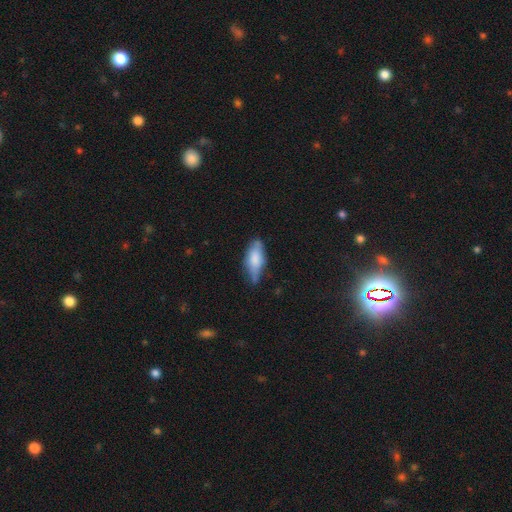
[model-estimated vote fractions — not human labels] Overall: smooth (67%). How rounded: in between (68%; cigar-shaped 30%). Merging: none (67%).